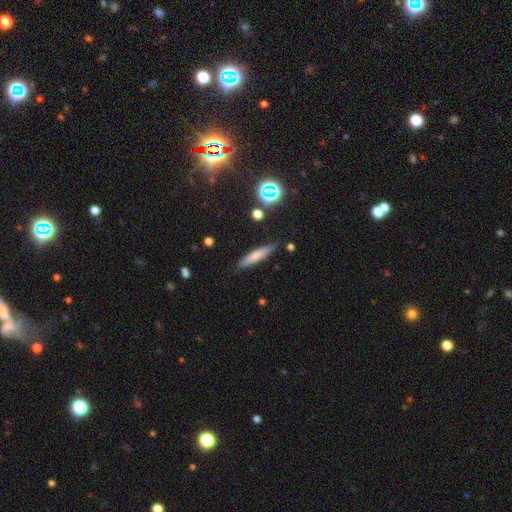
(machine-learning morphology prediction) Smooth or featured? Predicted: smooth (p=0.67). How rounded? Predicted: cigar-shaped (p=0.85). Merging? Predicted: none (p=0.83).